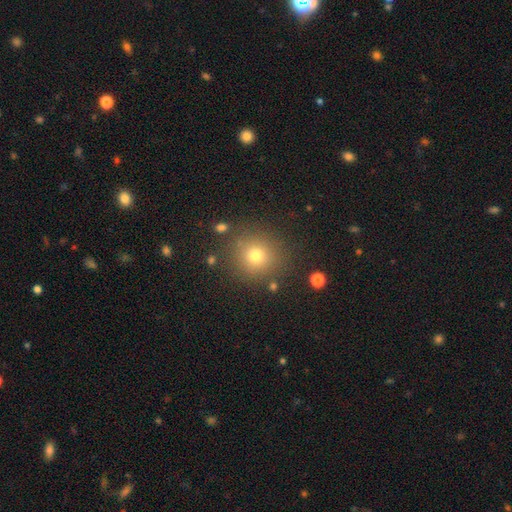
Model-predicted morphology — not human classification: The model was most divided on "smooth or featured": smooth: 72%, star or artifact: 18%, featured or disk: 9%. More confident: how rounded — round (92%); merging — none (85%).